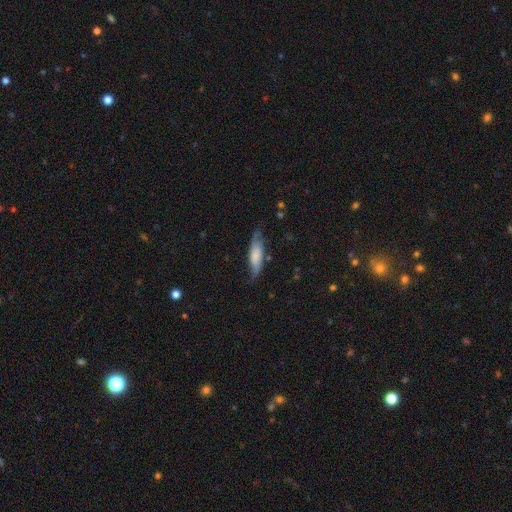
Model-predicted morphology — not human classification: This appears to be a smooth galaxy with no disk features (56%) that is in between round and cigar-shaped (49%, tied with cigar-shaped). Merging: none (63%).